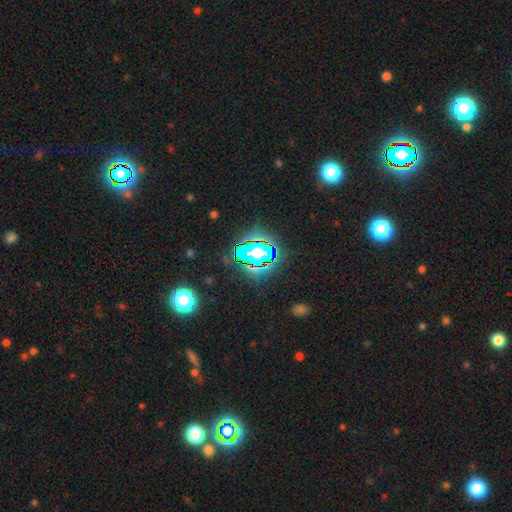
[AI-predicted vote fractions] This appears to be a star or artifact, not a galaxy (77%).